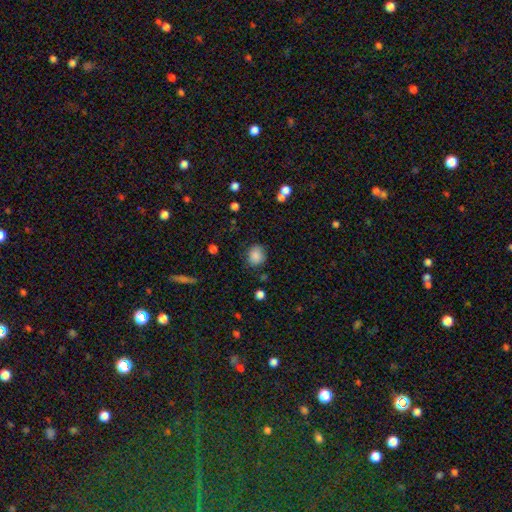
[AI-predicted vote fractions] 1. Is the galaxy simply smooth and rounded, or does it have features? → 86% smooth, 9% star or artifact, 4% featured or disk.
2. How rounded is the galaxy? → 69% round, 30% in between, 1% cigar-shaped.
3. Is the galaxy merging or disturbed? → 77% none, 17% minor disturbance, 4% major disturbance, 2% merger.